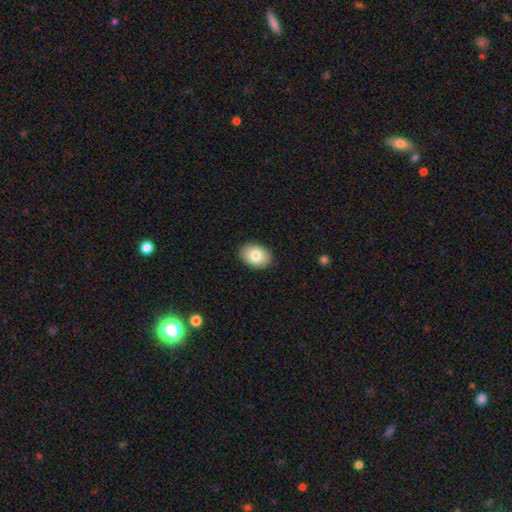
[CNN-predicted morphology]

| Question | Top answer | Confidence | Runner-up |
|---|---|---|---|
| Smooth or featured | smooth | 81% | featured or disk (12%) |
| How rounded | in between | 77% | round (22%) |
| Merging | none | 90% | minor disturbance (8%) |